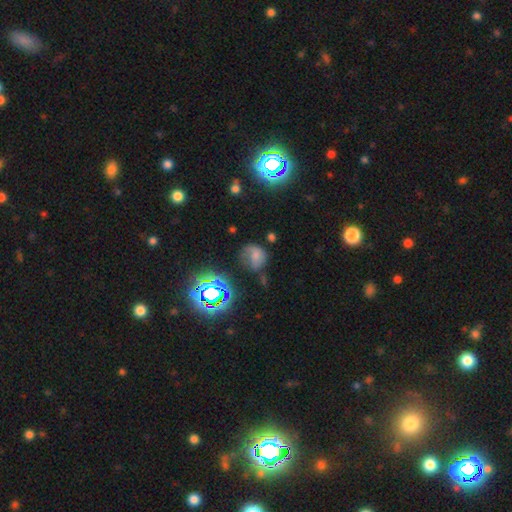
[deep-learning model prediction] Q: Smooth or featured?
A: smooth (49%); runner-up: featured or disk (26%)
Q: Merging?
A: none (38%); runner-up: minor disturbance (28%)